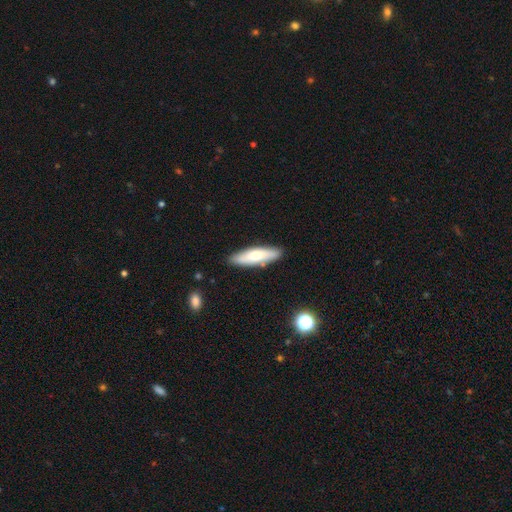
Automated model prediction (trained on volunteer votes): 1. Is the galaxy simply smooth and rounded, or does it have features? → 66% smooth, 28% featured or disk, 6% star or artifact.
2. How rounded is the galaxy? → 62% cigar-shaped, 36% in between, 2% round.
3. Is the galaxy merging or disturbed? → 86% none, 10% minor disturbance, 2% merger, 2% major disturbance.